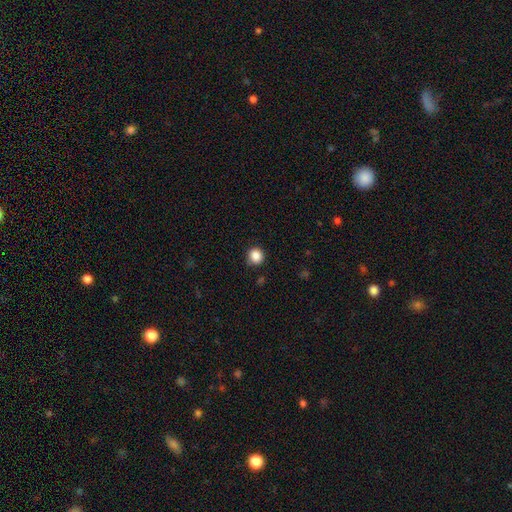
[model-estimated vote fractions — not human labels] Q: Smooth or featured?
A: smooth (87%); runner-up: star or artifact (10%)
Q: How rounded?
A: round (91%); runner-up: in between (8%)
Q: Merging?
A: none (87%); runner-up: minor disturbance (9%)